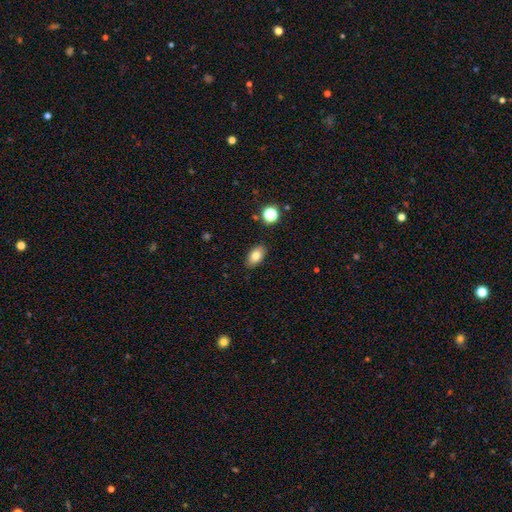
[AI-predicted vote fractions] This appears to be a smooth galaxy with no disk features (79%) that is in between round and cigar-shaped (90%). Merging: none (87%).